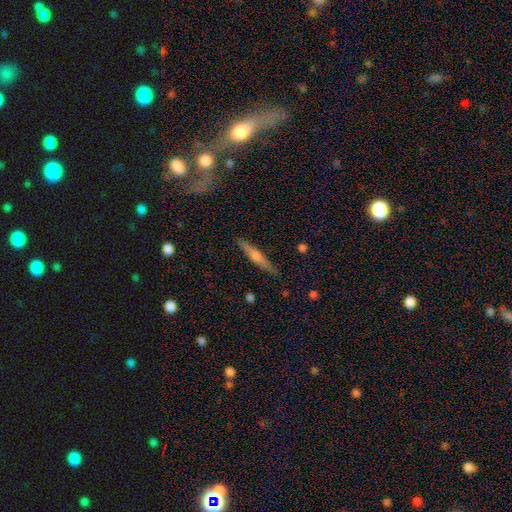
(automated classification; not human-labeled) featured or disk 66%, smooth 27%, star or artifact 7%. Down the decision tree: edge-on disk — yes (96%); edge-on bulge — rounded (83%); merging — none (88%).